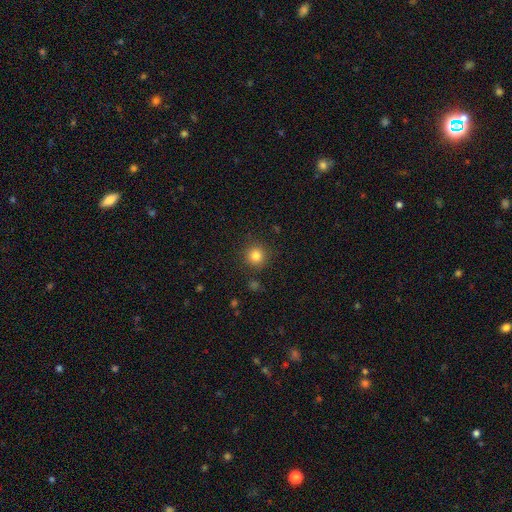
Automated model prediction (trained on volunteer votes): A smooth galaxy with no disk features (82%) that is round (94%). Merging: none (89%).